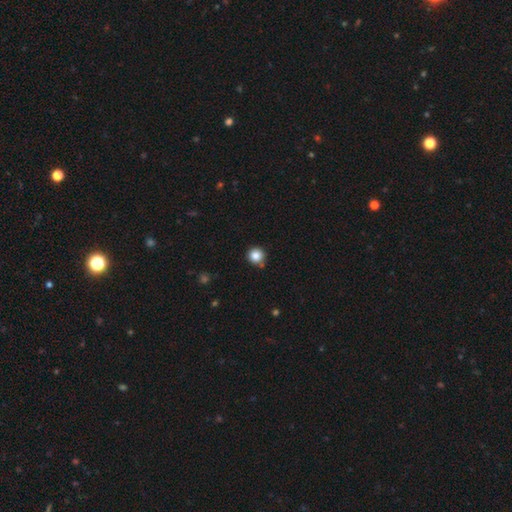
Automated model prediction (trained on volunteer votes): This appears to be a smooth galaxy with no disk features (84%) that is round (95%). Merging: none (83%).